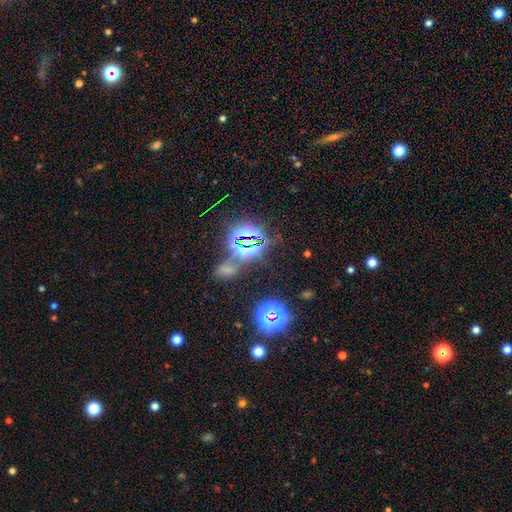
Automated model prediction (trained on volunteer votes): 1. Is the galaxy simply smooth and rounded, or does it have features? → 80% star or artifact, 13% smooth, 7% featured or disk.